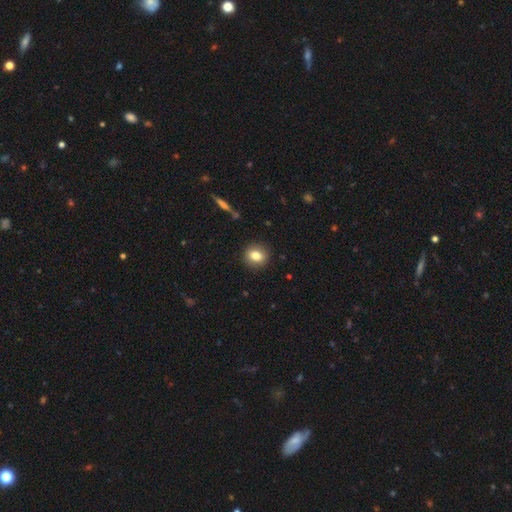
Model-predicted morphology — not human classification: type=smooth (80%); roundness=round (80%); merging=none (90%).